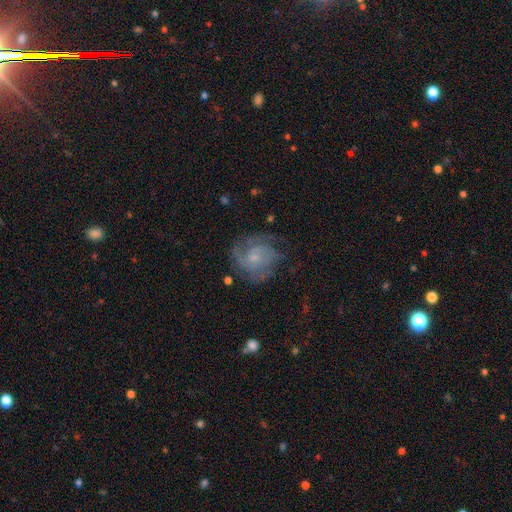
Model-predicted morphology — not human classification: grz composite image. It shows a featured or disk galaxy (67%) with no bar (74%), tight (50%) spiral arms (86%) and a small central bulge (55%). Merging: none (66%).